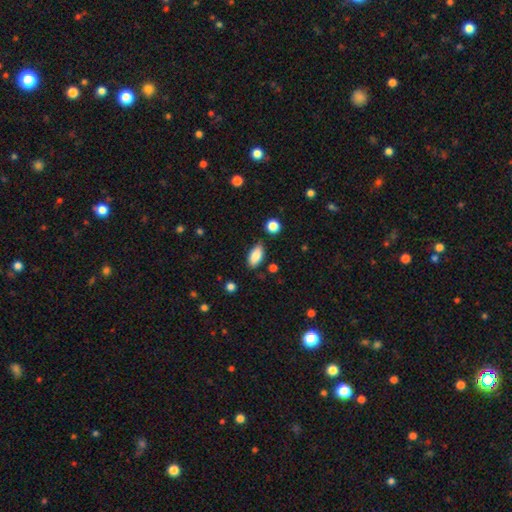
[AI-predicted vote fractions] A smooth galaxy with no disk features (86%) that is in between round and cigar-shaped (88%). Merging: none (83%).